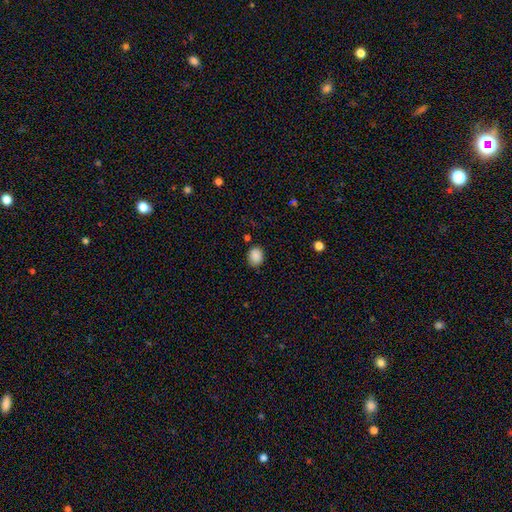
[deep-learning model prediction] Smooth or featured? smooth (88%)
How rounded? round (52%)
Merging? none (83%)